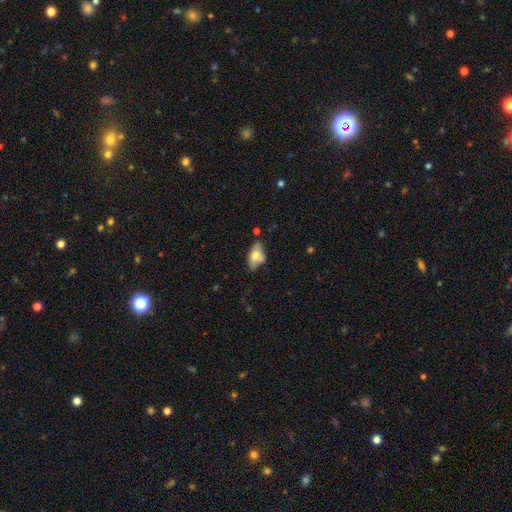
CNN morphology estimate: A smooth galaxy with no disk features (62%) that is in between round and cigar-shaped (89%). Merging: none (52%).